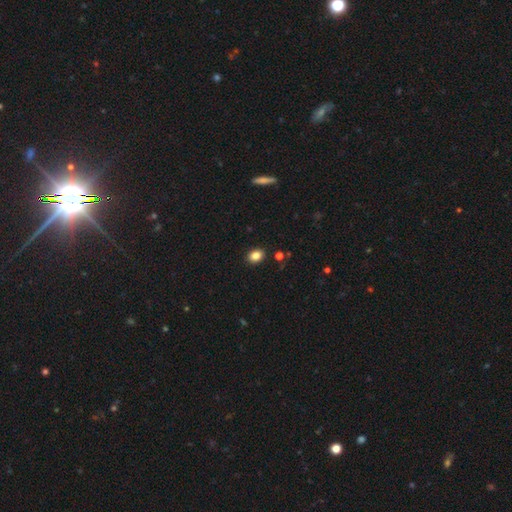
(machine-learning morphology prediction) This appears to be a smooth galaxy with no disk features (85%) that is in between round and cigar-shaped (65%). Merging: none (89%).